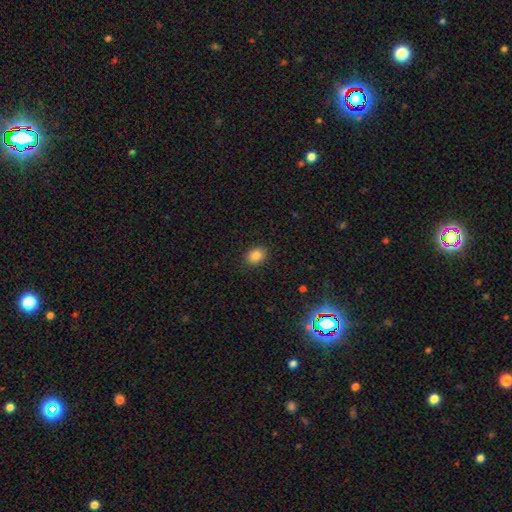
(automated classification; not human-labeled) This is clearly a smooth galaxy (84%). How rounded: possibly in between (51%). Merging: clearly none (89%).